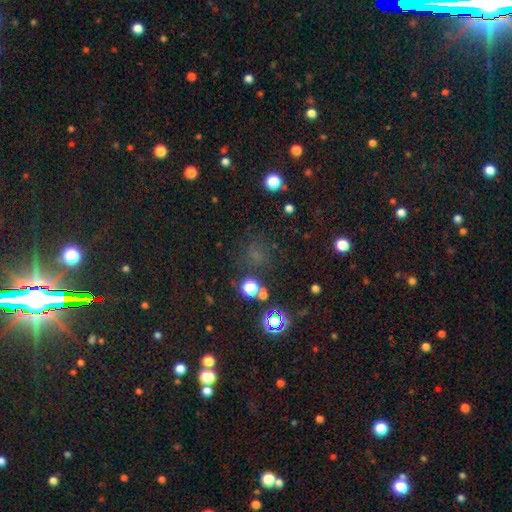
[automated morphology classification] type=star or artifact (47%).